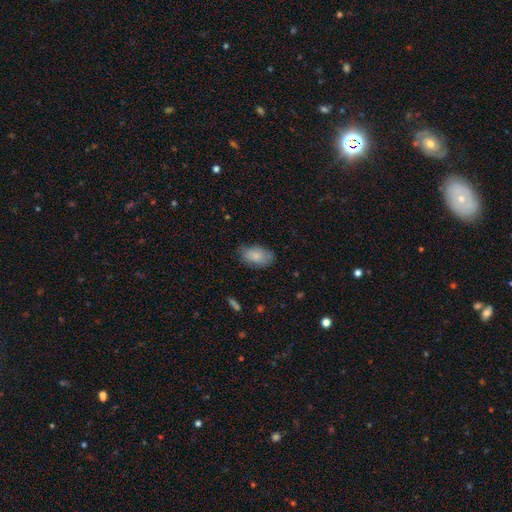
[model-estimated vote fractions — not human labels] smooth 83%, featured or disk 10%, star or artifact 7%. Down the decision tree: how rounded — in between (92%); merging — none (70%).